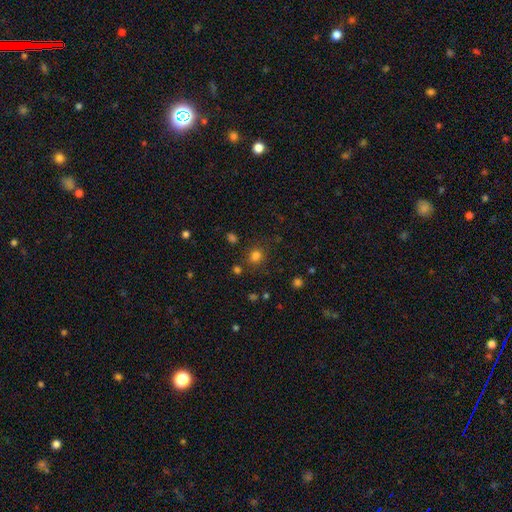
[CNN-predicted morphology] Overall: smooth (77%). How rounded: round (70%). Merging: none (78%).